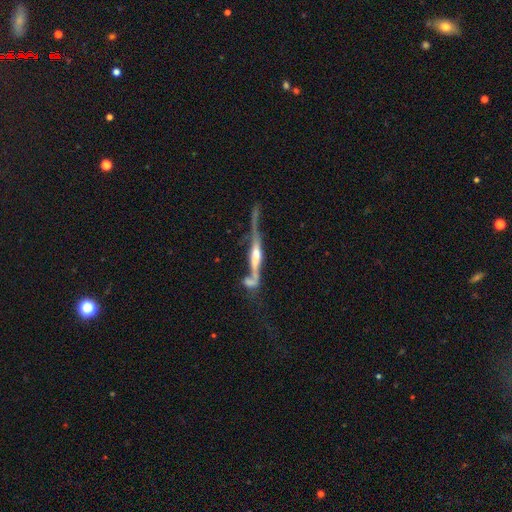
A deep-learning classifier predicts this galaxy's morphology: Overall: featured or disk (77%). Edge-on disk: yes (88%). Edge-on bulge: rounded (63%; boxy 24%). Merging: merger (33%; none 30%).